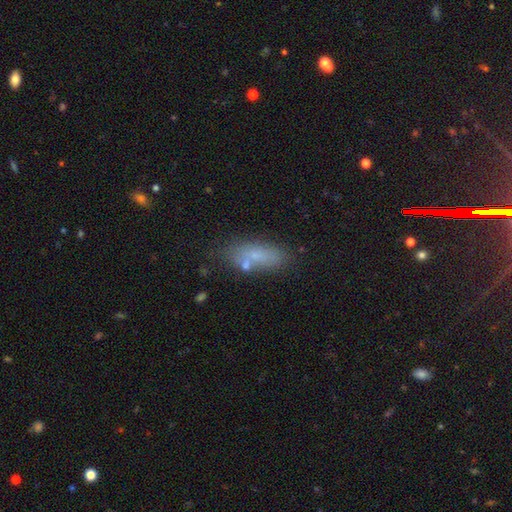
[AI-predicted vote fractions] smooth 67%, featured or disk 19%, star or artifact 14%. Down the decision tree: how rounded — in between (71%); merging — none (66%).